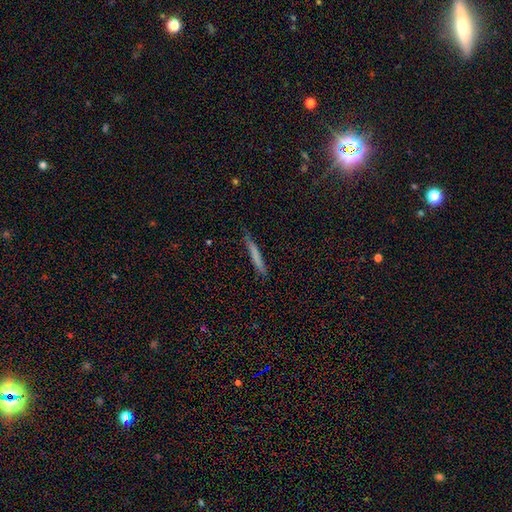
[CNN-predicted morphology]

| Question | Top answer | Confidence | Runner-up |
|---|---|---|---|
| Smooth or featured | smooth | 67% | featured or disk (25%) |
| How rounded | cigar-shaped | 96% | in between (3%) |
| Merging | none | 79% | minor disturbance (16%) |